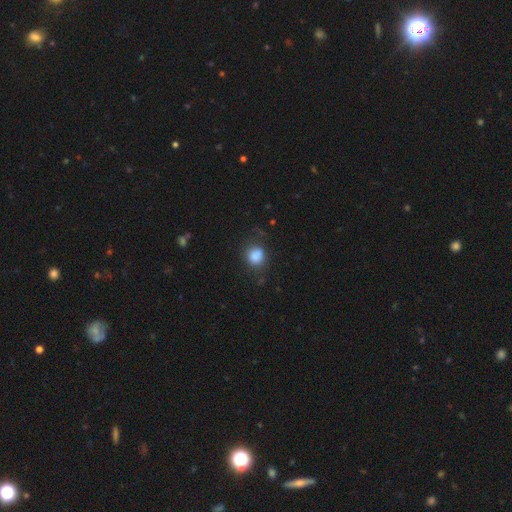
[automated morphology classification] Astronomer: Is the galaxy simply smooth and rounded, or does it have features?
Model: smooth — 83%.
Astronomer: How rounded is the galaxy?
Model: round — 77%.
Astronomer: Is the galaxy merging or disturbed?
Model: none — 66%.